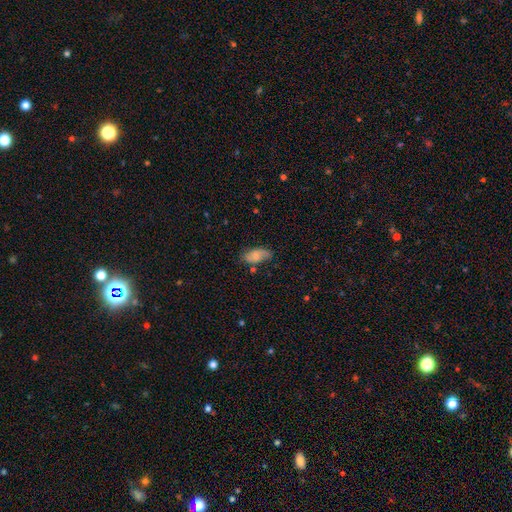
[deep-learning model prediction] Morphology: type=smooth (68%); roundness=in between (91%); merging=none (63%).